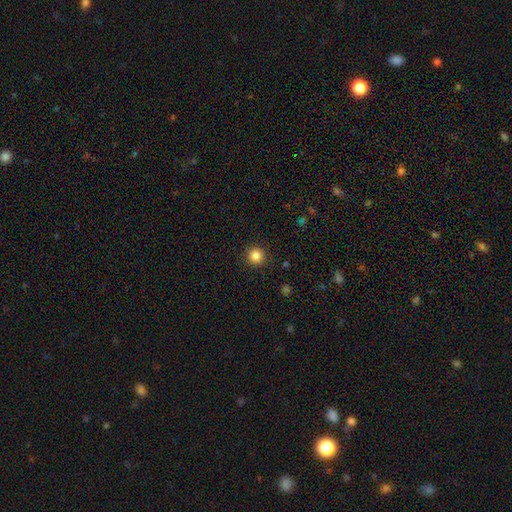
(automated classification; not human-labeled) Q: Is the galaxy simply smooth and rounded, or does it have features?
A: smooth — 85%.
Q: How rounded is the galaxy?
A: round — 95%.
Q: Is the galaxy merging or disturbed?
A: none — 92%.